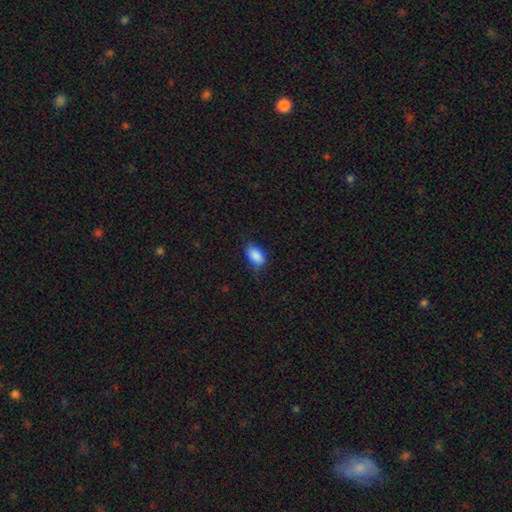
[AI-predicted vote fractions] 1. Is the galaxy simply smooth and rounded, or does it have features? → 88% smooth, 8% star or artifact, 5% featured or disk.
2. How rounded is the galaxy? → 91% in between, 7% round, 2% cigar-shaped.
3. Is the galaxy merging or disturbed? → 67% none, 25% minor disturbance, 6% major disturbance, 1% merger.